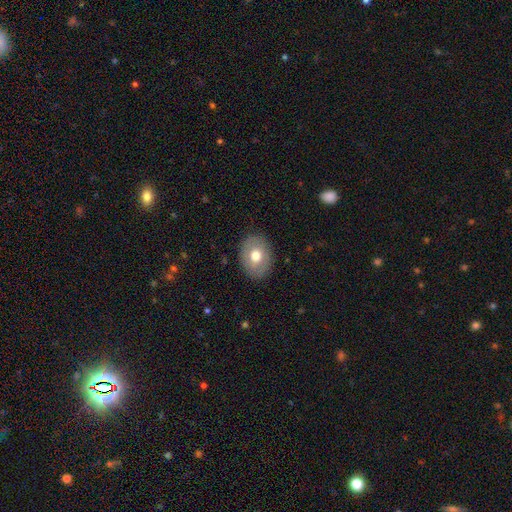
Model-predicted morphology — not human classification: Overall: smooth (68%). How rounded: in between (65%; round 34%). Merging: none (87%).